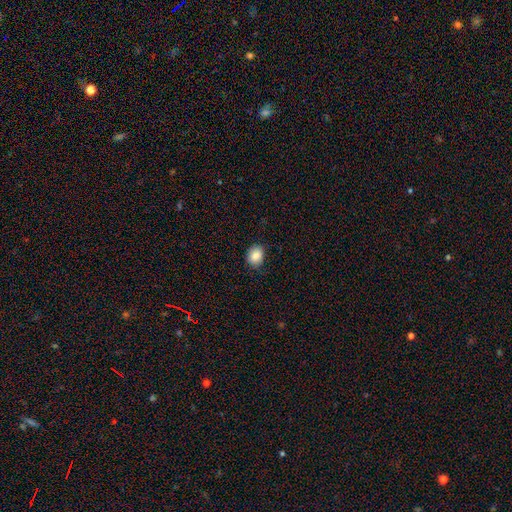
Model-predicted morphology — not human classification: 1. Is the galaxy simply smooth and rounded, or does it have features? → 85% smooth, 9% star or artifact, 6% featured or disk.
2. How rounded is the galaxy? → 50% in between, 49% round, 1% cigar-shaped.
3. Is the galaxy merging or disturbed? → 81% none, 15% minor disturbance, 3% major disturbance, 1% merger.